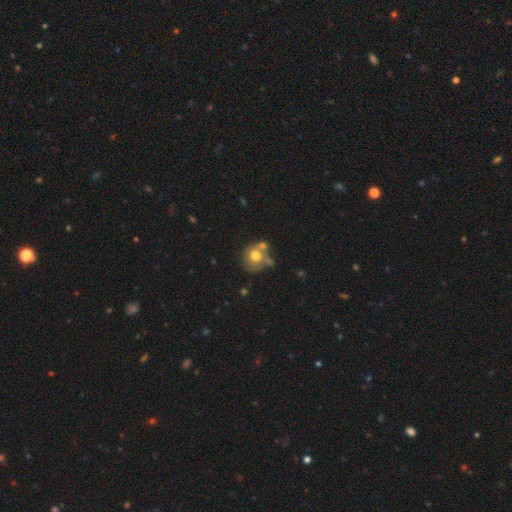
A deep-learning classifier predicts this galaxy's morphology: type=smooth (66%); roundness=round (80%); merging=none (42%).